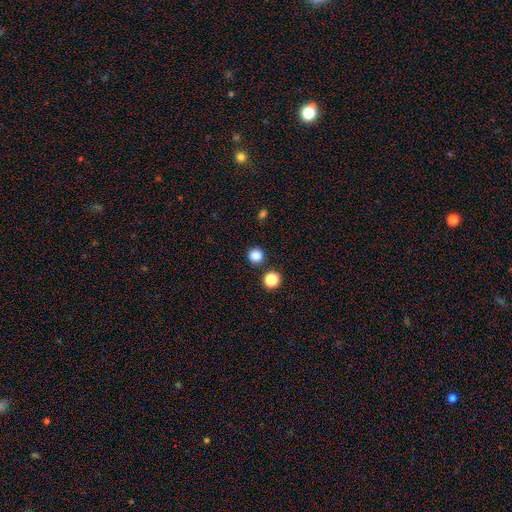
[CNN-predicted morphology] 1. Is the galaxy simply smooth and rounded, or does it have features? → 85% smooth, 12% star or artifact, 3% featured or disk.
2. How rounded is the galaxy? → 94% round, 5% in between, 1% cigar-shaped.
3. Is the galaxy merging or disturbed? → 89% none, 6% minor disturbance, 4% merger, 2% major disturbance.